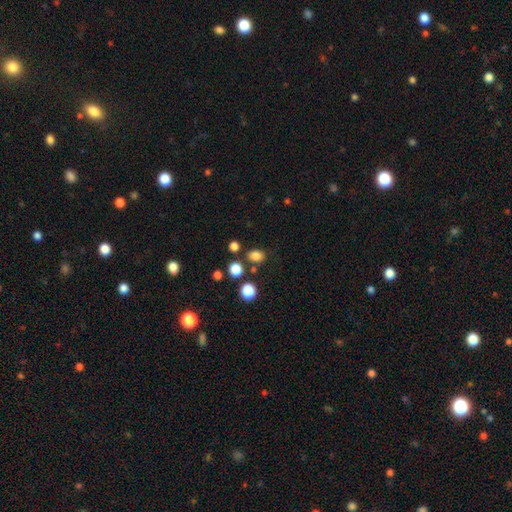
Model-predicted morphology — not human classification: A smooth galaxy with no disk features (81%) that is in between round and cigar-shaped (58%).

Vote fractions:
- Smooth or featured? smooth: 81% / star or artifact: 14% / featured or disk: 5%
- How rounded? in between: 58% / round: 41% / cigar-shaped: 1%
- Merging? none: 77% / minor disturbance: 11% / merger: 9% / major disturbance: 4%